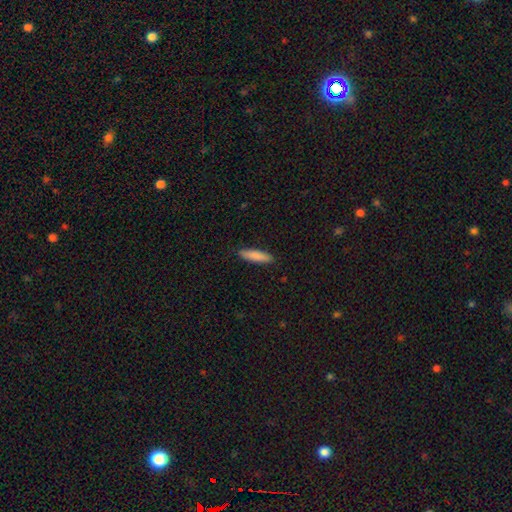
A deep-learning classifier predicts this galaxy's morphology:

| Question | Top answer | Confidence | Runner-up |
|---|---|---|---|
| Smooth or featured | smooth | 85% | featured or disk (10%) |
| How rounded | cigar-shaped | 76% | in between (22%) |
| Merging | none | 89% | minor disturbance (8%) |